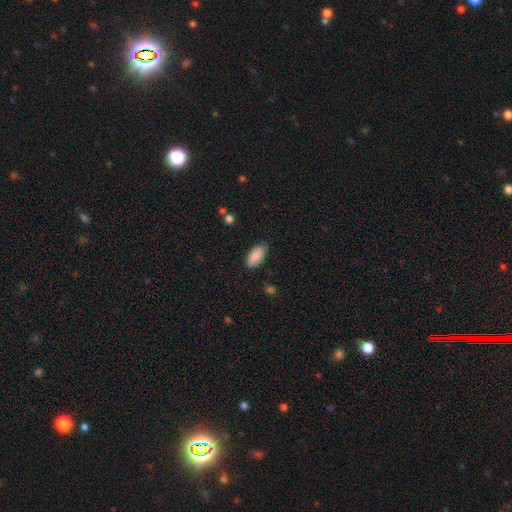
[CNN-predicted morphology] A smooth galaxy with no disk features (88%) that is in between round and cigar-shaped (92%).

Vote fractions:
- Smooth or featured? smooth: 88% / star or artifact: 6% / featured or disk: 5%
- How rounded? in between: 92% / cigar-shaped: 6% / round: 2%
- Merging? none: 80% / minor disturbance: 16% / major disturbance: 3% / merger: 1%